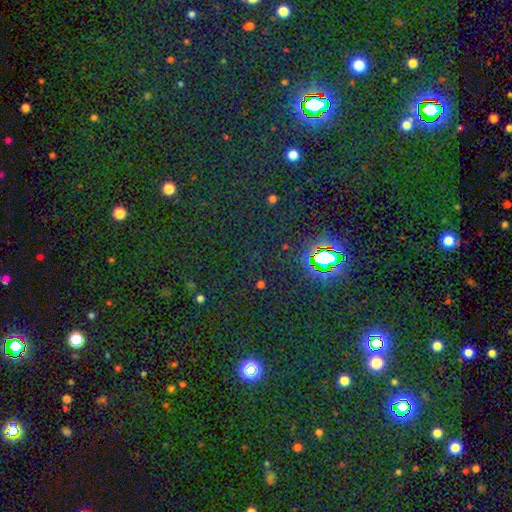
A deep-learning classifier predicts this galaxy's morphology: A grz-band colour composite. It shows a star or artifact, not a galaxy (76%).